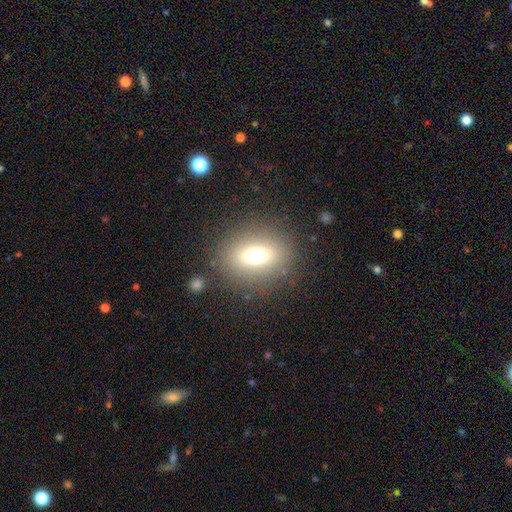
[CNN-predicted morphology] Smooth or featured: smooth — 67% (featured or disk — 18%)
How rounded: round — 49% (in between — 48%)
Merging: none — 83% (minor disturbance — 9%)